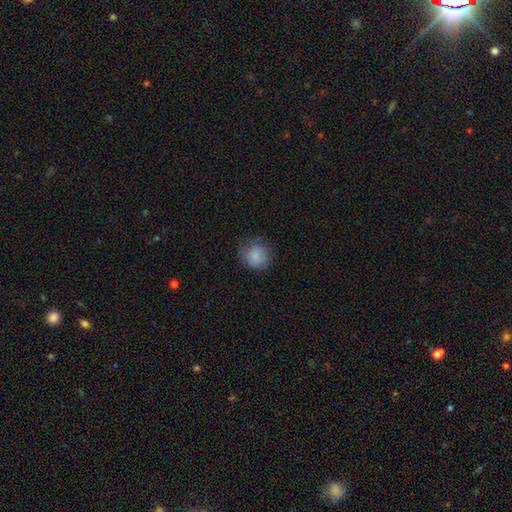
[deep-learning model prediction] Smooth or featured? Predicted: smooth (p=0.84). How rounded? Predicted: round (p=0.84). Merging? Predicted: none (p=0.69).